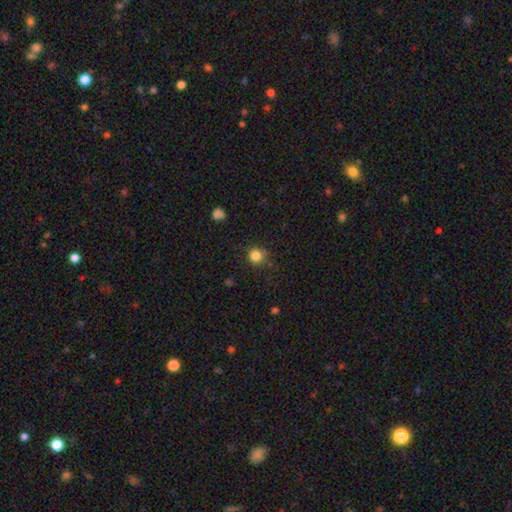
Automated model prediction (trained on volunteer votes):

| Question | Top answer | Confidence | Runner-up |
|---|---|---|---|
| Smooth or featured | smooth | 84% | star or artifact (12%) |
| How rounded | round | 91% | in between (8%) |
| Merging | none | 80% | minor disturbance (14%) |